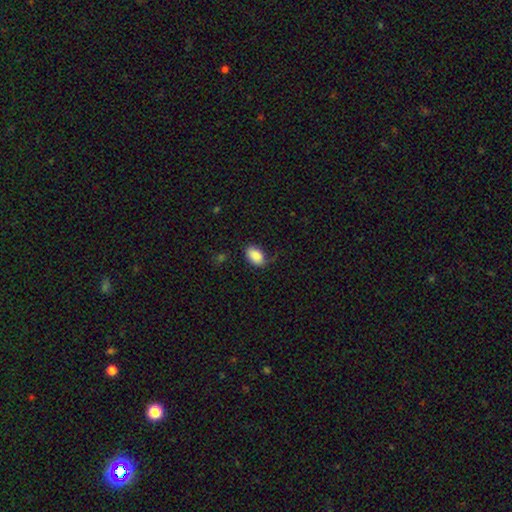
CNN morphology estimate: smooth 87%, star or artifact 7%, featured or disk 6%. Down the decision tree: how rounded — in between (92%); merging — none (63%).